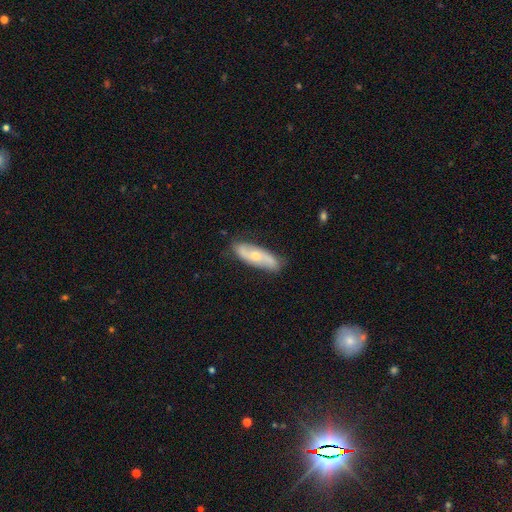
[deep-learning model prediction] A featured or disk galaxy (57%).

Vote fractions:
- Smooth or featured? featured or disk: 57% / smooth: 32% / star or artifact: 11%
- Edge-on disk? no: 56% / yes: 44%
- Merging? none: 77% / minor disturbance: 17% / major disturbance: 4% / merger: 2%